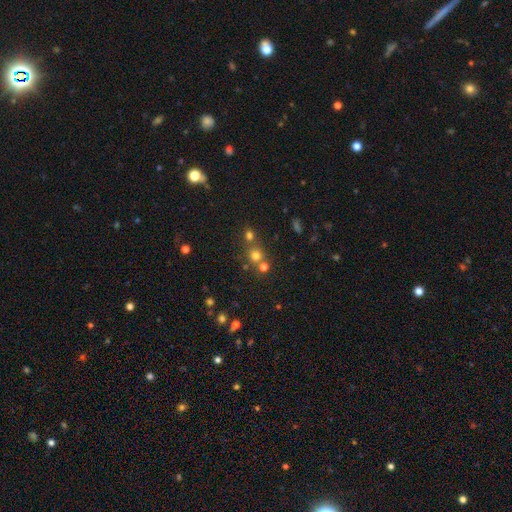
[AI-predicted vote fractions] A smooth galaxy with no disk features (67%) that is round (88%). Merging: none (60%).